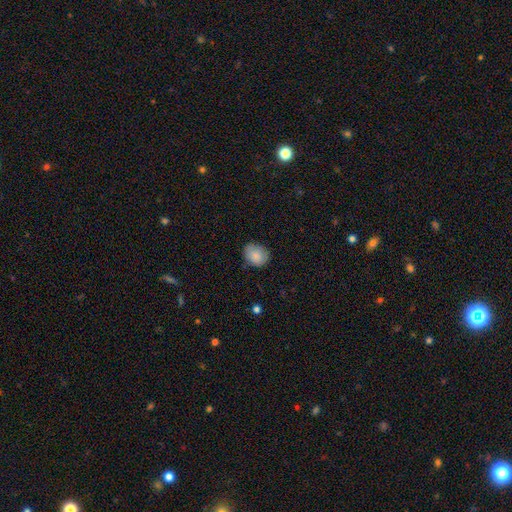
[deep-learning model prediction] The model was most divided on "how rounded": round: 51%, in between: 48%, cigar-shaped: 1%. More confident: smooth or featured — smooth (86%); merging — none (76%).